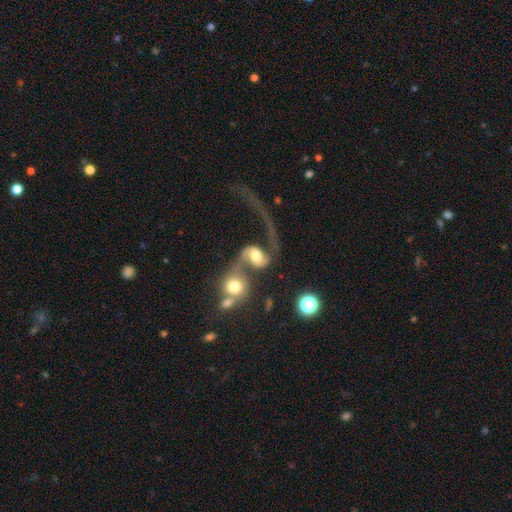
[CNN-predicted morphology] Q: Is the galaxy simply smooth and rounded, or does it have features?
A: featured or disk — 68%.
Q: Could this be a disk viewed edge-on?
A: no — 96%.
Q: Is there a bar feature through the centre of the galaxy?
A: no — 54%.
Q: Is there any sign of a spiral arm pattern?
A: yes — 88%.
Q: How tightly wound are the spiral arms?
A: loose — 79%.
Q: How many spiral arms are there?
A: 2 — 77%.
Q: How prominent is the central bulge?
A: moderate — 53%.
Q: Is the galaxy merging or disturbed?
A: merger — 63%.